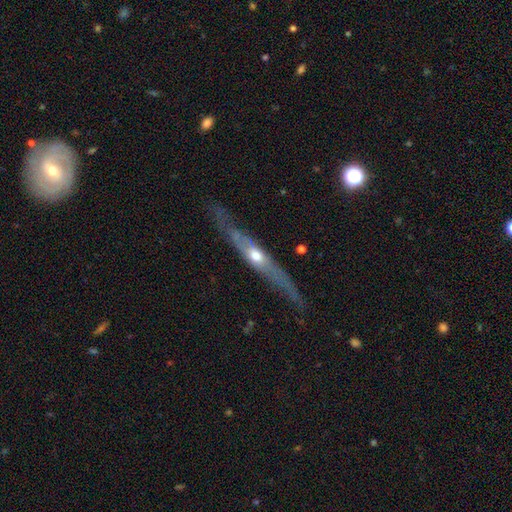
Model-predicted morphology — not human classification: smooth_or_featured: featured or disk (p=0.83) [alt: smooth p=0.10]
disk_edge_on: yes (p=0.91) [alt: no p=0.09]
edge_on_bulge: rounded (p=0.86) [alt: none p=0.10]
merging: none (p=0.80) [alt: minor disturbance p=0.14]